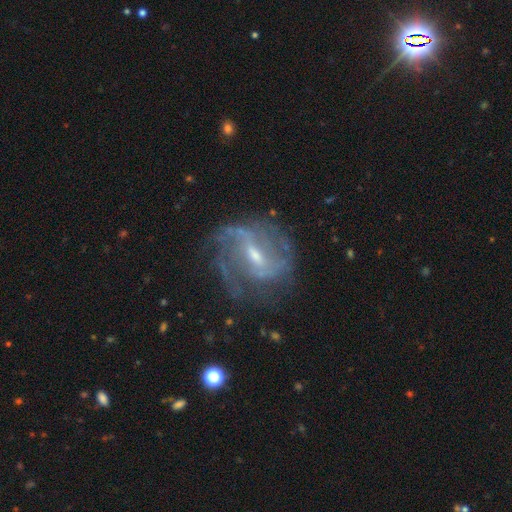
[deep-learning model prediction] Q: Smooth or featured?
A: featured or disk (85%); runner-up: star or artifact (8%)
Q: Edge-on disk?
A: no (96%); runner-up: yes (4%)
Q: Bar?
A: weak (51%); runner-up: strong (35%)
Q: Spiral arms?
A: yes (92%); runner-up: no (8%)
Q: Spiral winding?
A: medium (44%); runner-up: tight (32%)
Q: Spiral arm count?
A: 2 (36%); runner-up: can't tell (28%)
Q: Bulge size?
A: small (49%); runner-up: moderate (44%)
Q: Merging?
A: none (63%); runner-up: minor disturbance (20%)